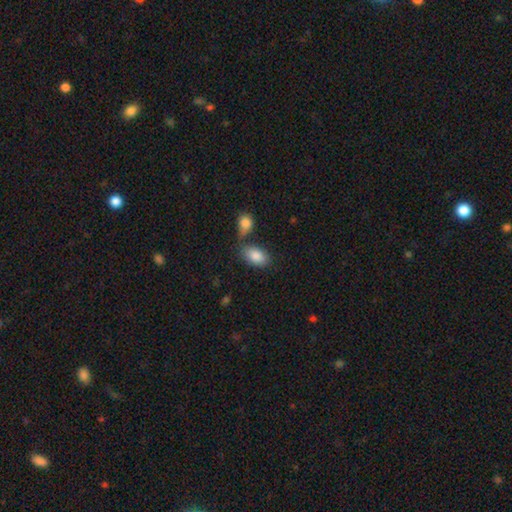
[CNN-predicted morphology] Overall: smooth (87%). How rounded: in between (92%). Merging: none (54%; merger 26%).